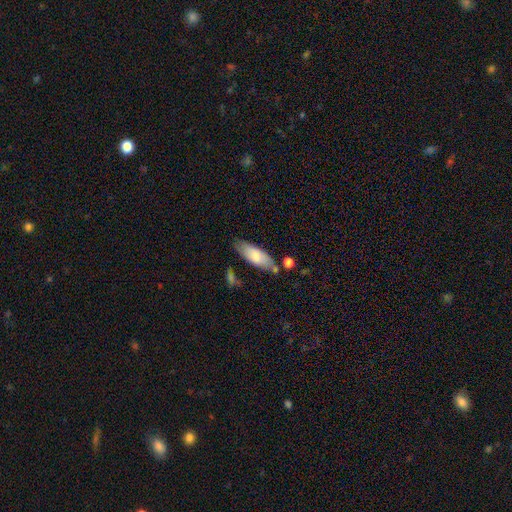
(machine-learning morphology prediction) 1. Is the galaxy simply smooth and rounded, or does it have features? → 78% smooth, 17% featured or disk, 6% star or artifact.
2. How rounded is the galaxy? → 71% in between, 28% cigar-shaped, 2% round.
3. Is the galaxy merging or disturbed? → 63% none, 22% minor disturbance, 10% merger, 6% major disturbance.